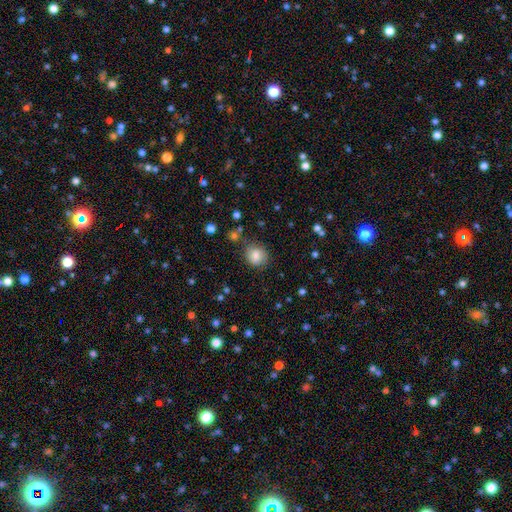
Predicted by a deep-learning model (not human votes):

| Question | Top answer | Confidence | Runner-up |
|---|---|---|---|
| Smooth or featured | smooth | 82% | star or artifact (10%) |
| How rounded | round | 74% | in between (25%) |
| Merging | none | 80% | minor disturbance (13%) |